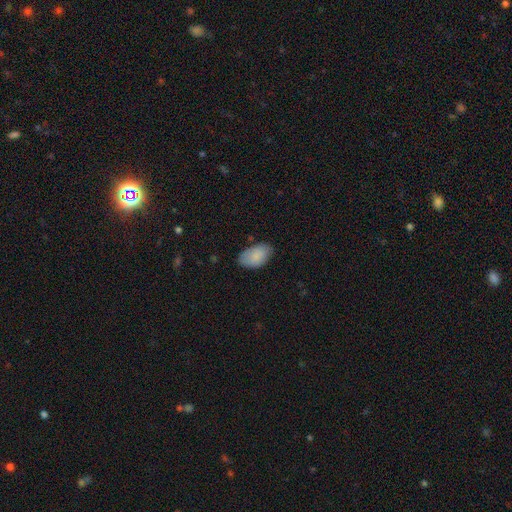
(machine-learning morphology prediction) Smooth or featured? smooth (87%)
How rounded? in between (94%)
Merging? none (78%)